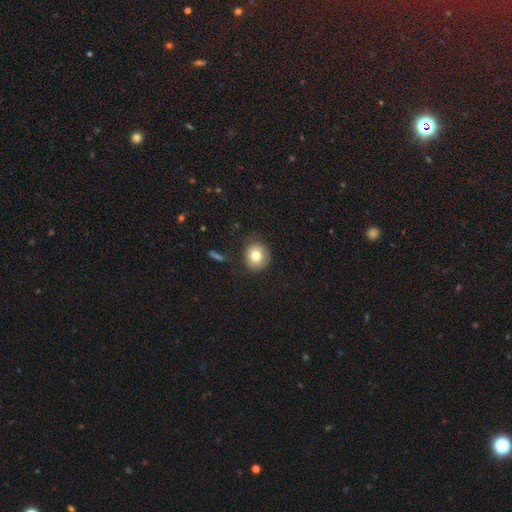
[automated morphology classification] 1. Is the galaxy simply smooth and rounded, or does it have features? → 78% smooth, 11% featured or disk, 10% star or artifact.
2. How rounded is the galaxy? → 83% round, 16% in between, 1% cigar-shaped.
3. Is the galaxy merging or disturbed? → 81% none, 13% minor disturbance, 4% major disturbance, 2% merger.